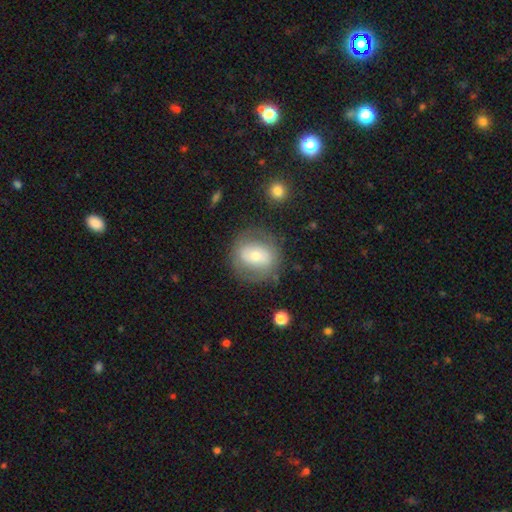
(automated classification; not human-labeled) A smooth galaxy with no disk features (54%) that is round (72%). Merging: none (76%).